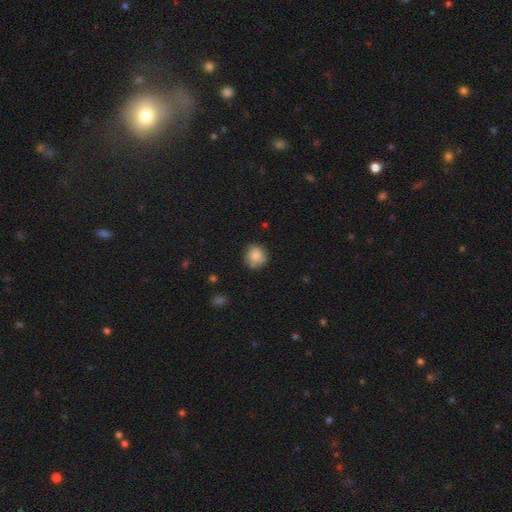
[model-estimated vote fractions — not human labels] Smooth or featured? Predicted: smooth (p=0.80). How rounded? Predicted: round (p=0.81). Merging? Predicted: none (p=0.68).